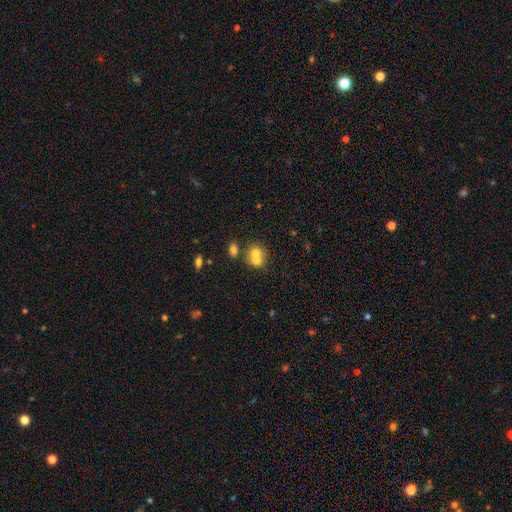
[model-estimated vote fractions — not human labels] The model was most divided on "merging": merger: 60%, none: 31%, minor disturbance: 6%, major disturbance: 3%. More confident: how rounded — round (69%); smooth or featured — smooth (66%).